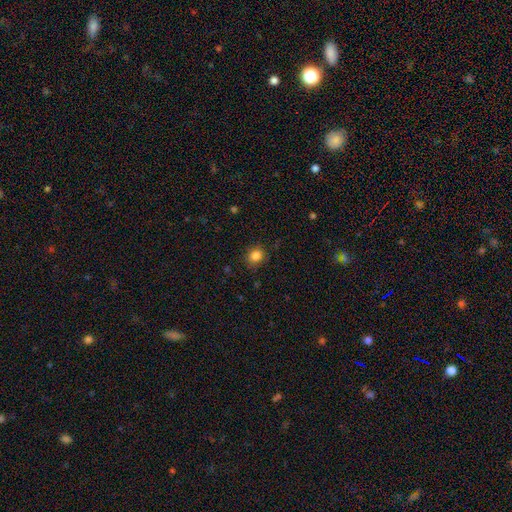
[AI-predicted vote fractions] Overall: smooth (84%). How rounded: round (77%). Merging: none (85%).